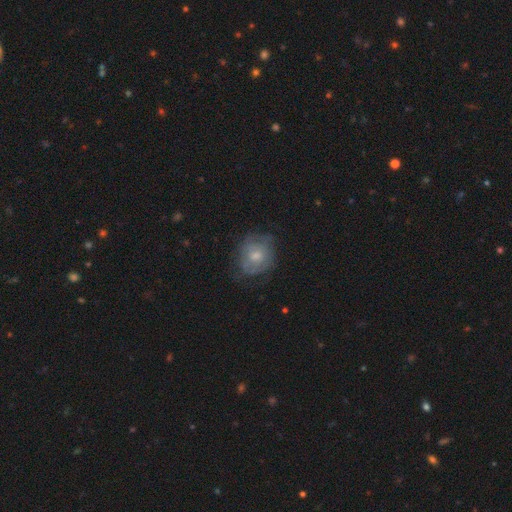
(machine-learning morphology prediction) Smooth or featured? Predicted: smooth (p=0.49). Merging? Predicted: none (p=0.58).